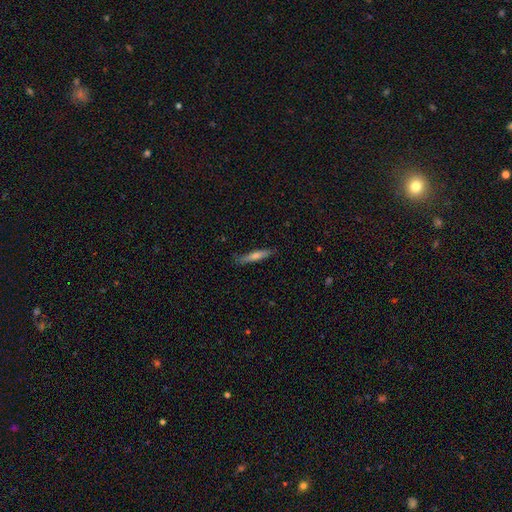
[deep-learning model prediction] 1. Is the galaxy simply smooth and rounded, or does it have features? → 53% smooth, 40% featured or disk, 7% star or artifact.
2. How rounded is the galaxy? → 91% cigar-shaped, 7% in between, 2% round.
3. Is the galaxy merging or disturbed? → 84% none, 12% minor disturbance, 2% major disturbance, 1% merger.